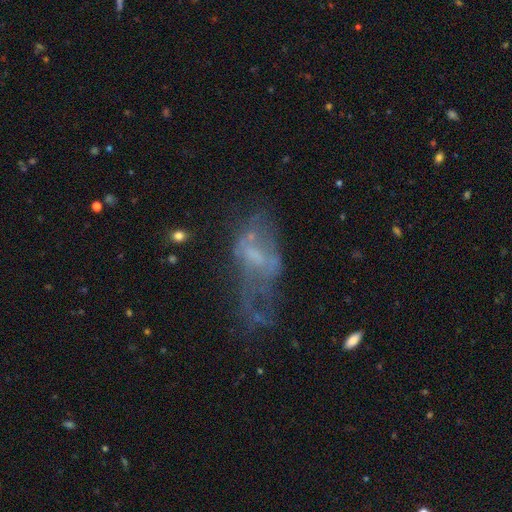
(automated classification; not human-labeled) Smooth or featured? featured or disk (56%)
Edge-on disk? no (92%)
Bar? no (64%)
Spiral arms? no (78%)
Bulge size? none (43%)
Merging? major disturbance (44%)